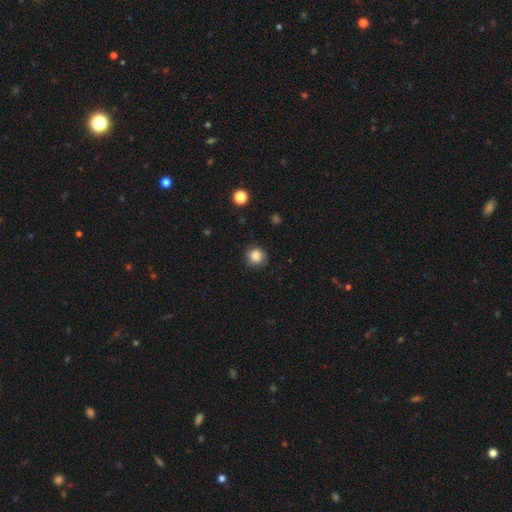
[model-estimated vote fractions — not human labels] The model was most divided on "merging": none: 80%, minor disturbance: 16%, major disturbance: 3%, merger: 1%. More confident: how rounded — round (88%); smooth or featured — smooth (85%).